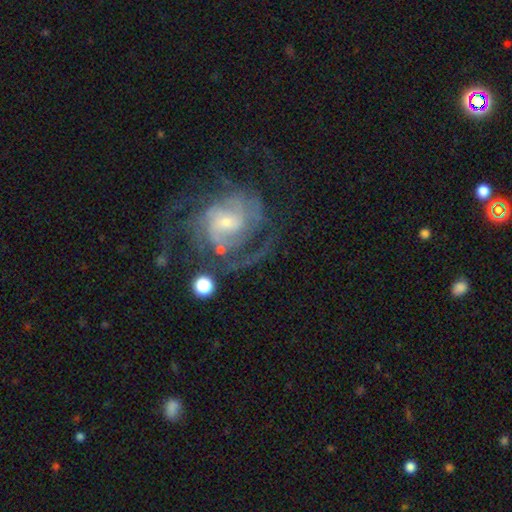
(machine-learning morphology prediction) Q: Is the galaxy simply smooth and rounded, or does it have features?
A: featured or disk — 82%.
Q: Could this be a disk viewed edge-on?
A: no — 97%.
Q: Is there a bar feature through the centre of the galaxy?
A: weak — 45%.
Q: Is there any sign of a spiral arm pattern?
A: yes — 95%.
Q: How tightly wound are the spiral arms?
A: tight — 52%.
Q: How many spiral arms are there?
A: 2 — 38%.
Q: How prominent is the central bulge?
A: small — 52%.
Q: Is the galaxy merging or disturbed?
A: none — 67%.